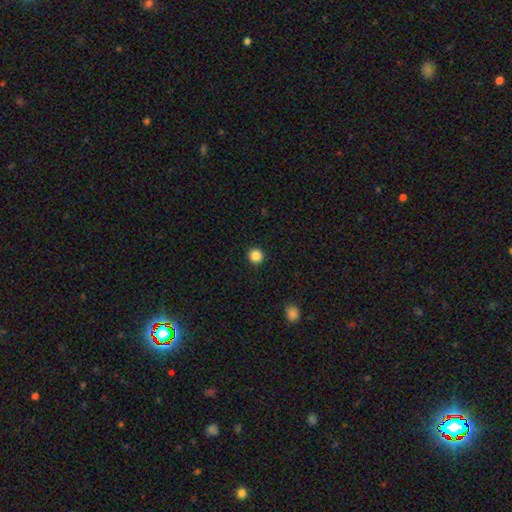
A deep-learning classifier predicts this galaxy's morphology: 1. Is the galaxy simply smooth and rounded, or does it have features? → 86% smooth, 10% star or artifact, 3% featured or disk.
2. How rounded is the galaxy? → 94% round, 5% in between, 1% cigar-shaped.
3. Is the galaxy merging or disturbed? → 93% none, 4% minor disturbance, 2% major disturbance, 1% merger.